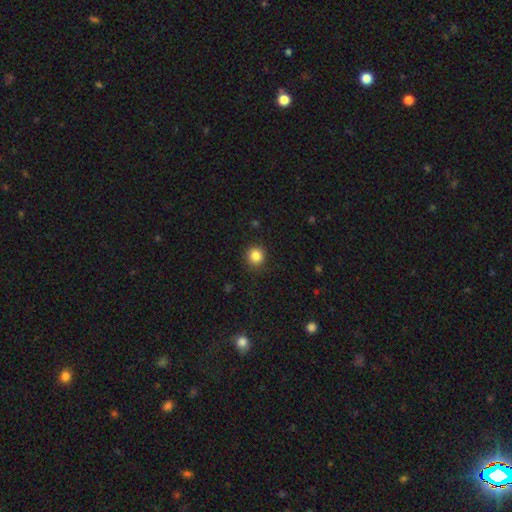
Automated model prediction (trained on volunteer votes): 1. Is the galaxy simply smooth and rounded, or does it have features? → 85% smooth, 11% star or artifact, 4% featured or disk.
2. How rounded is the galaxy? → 92% round, 7% in between, 1% cigar-shaped.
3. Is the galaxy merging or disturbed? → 90% none, 7% minor disturbance, 2% major disturbance, 1% merger.